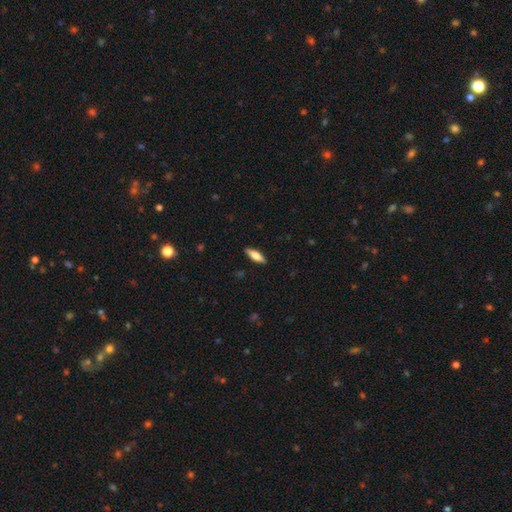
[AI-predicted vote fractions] Overall: smooth (71%). How rounded: in between (53%; cigar-shaped 45%). Merging: none (89%).